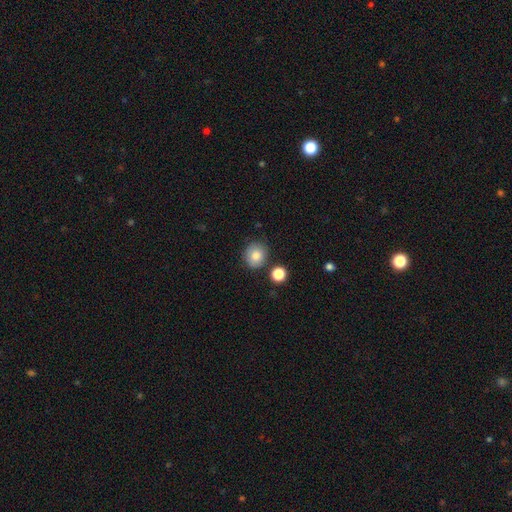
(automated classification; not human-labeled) Smooth or featured?
  - smooth: 83% *
  - star or artifact: 9%
  - featured or disk: 8%
How rounded?
  - round: 79% *
  - in between: 20%
  - cigar-shaped: 1%
Merging?
  - none: 80% *
  - minor disturbance: 11%
  - merger: 5%
  - major disturbance: 3%